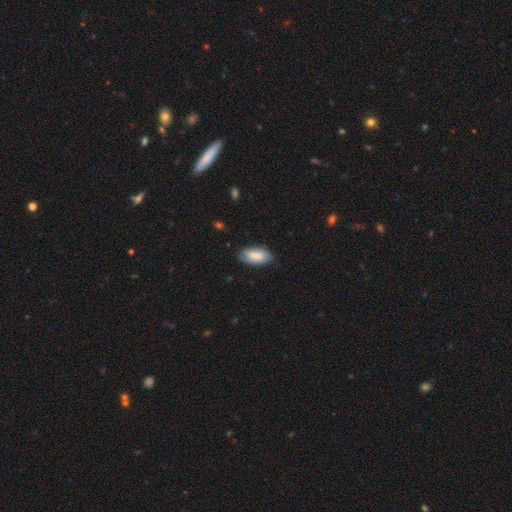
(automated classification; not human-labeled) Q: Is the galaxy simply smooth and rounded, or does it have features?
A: smooth — 80%.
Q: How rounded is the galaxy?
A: in between — 91%.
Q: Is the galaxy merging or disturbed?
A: none — 77%.